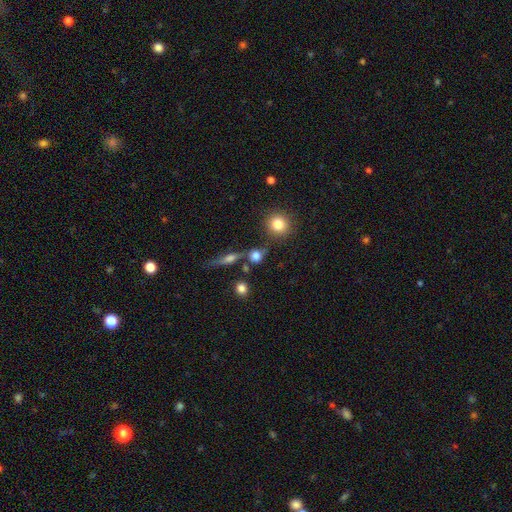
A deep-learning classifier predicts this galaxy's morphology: The model was most divided on "merging": none: 61%, merger: 20%, minor disturbance: 12%, major disturbance: 6%. More confident: how rounded — round (77%); smooth or featured — smooth (72%).